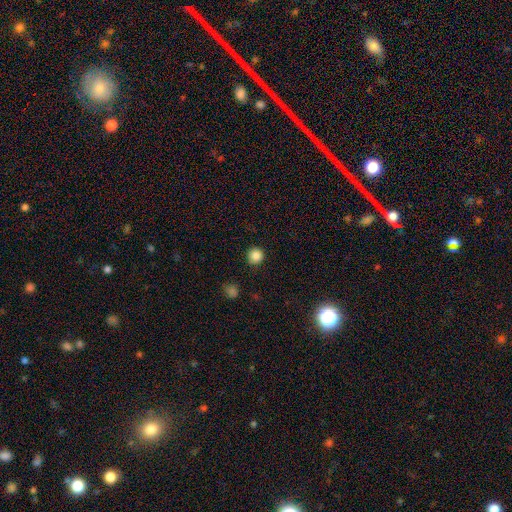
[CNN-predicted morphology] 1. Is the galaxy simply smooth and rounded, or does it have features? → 85% smooth, 11% star or artifact, 3% featured or disk.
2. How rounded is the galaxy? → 95% round, 4% in between, 1% cigar-shaped.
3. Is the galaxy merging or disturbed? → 87% none, 9% minor disturbance, 2% major disturbance, 2% merger.